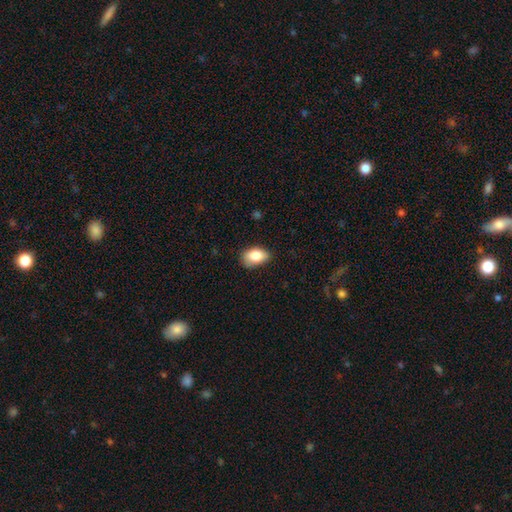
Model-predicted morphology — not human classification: Overall: smooth (84%). How rounded: in between (87%). Merging: none (70%).